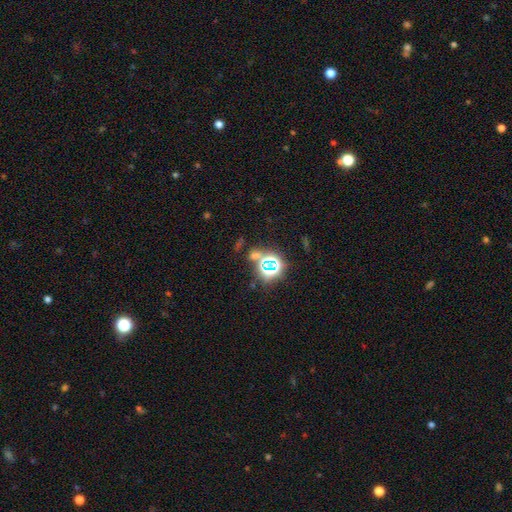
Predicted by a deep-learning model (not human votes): Smooth or featured: star or artifact — 65% (smooth — 26%)